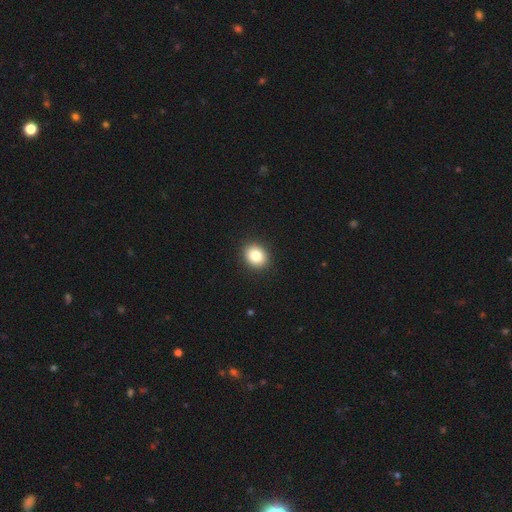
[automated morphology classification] Smooth or featured: smooth — 83% (star or artifact — 10%)
How rounded: round — 64% (in between — 35%)
Merging: none — 92% (minor disturbance — 5%)